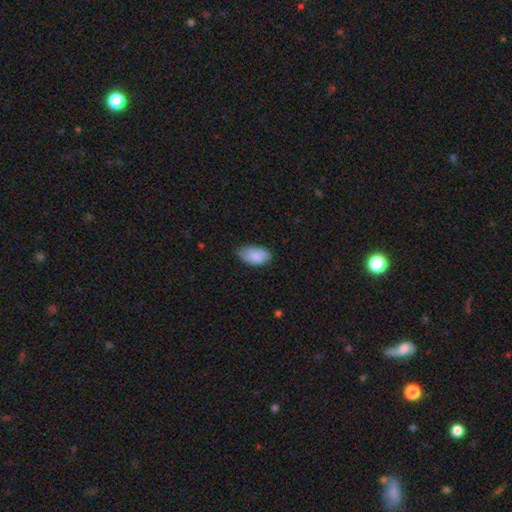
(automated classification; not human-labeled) Smooth or featured? smooth (86%)
How rounded? in between (95%)
Merging? none (73%)